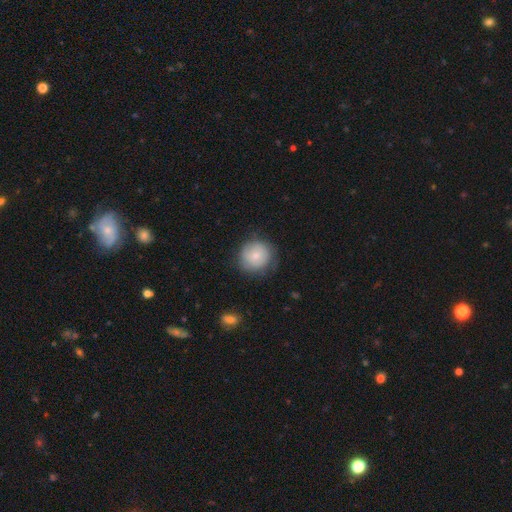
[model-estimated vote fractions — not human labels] Q: Smooth or featured?
A: smooth (66%); runner-up: featured or disk (27%)
Q: How rounded?
A: round (92%); runner-up: in between (8%)
Q: Merging?
A: none (75%); runner-up: minor disturbance (18%)